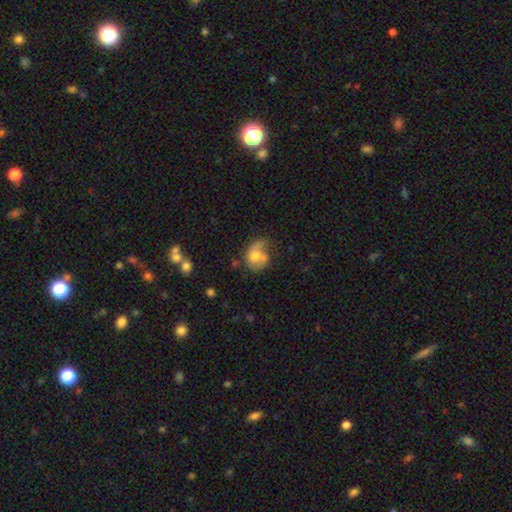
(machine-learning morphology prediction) A smooth galaxy with no disk features (53%) that is in between round and cigar-shaped (54%).

Vote fractions:
- Smooth or featured? smooth: 53% / featured or disk: 38% / star or artifact: 9%
- How rounded? in between: 54% / round: 45% / cigar-shaped: 1%
- Merging? none: 30% / major disturbance: 28% / minor disturbance: 24% / merger: 18%